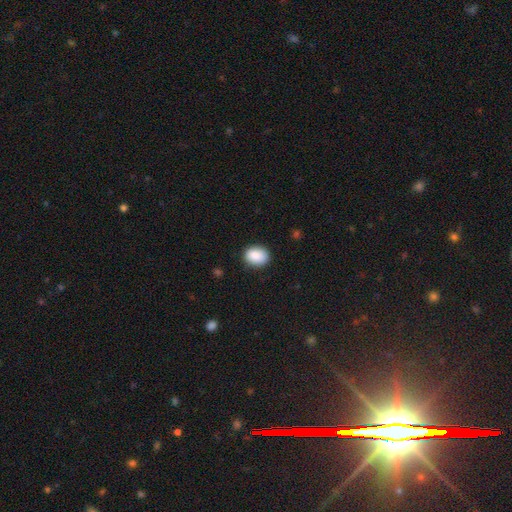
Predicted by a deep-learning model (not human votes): This is clearly a smooth galaxy (89%). How rounded: possibly in between (54%). Merging: clearly none (86%).